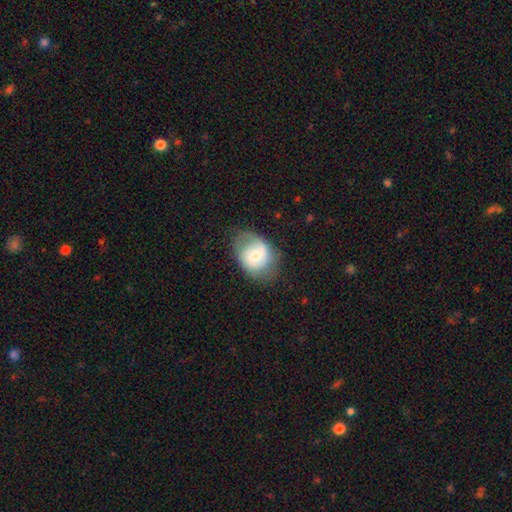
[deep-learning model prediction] Smooth or featured?
  - featured or disk: 48% *
  - smooth: 45%
  - star or artifact: 7%
Merging?
  - none: 59% *
  - minor disturbance: 26%
  - major disturbance: 14%
  - merger: 1%